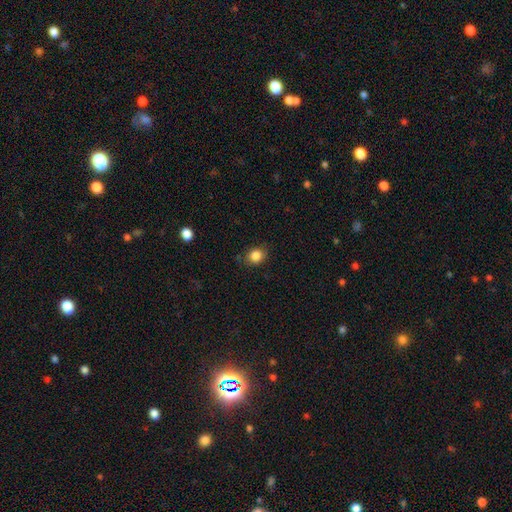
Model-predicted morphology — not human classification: smooth 85%, star or artifact 10%, featured or disk 5%. Down the decision tree: how rounded — round (63%); merging — none (82%).